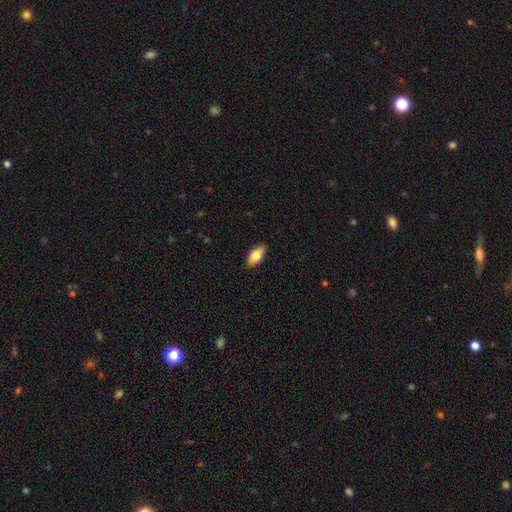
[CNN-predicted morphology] smooth-or-featured: smooth: 79% | featured or disk: 15% | star or artifact: 6%
  how-rounded: in between: 92% | cigar-shaped: 5% | round: 3%
  merging: none: 87% | minor disturbance: 10% | major disturbance: 2% | merger: 1%